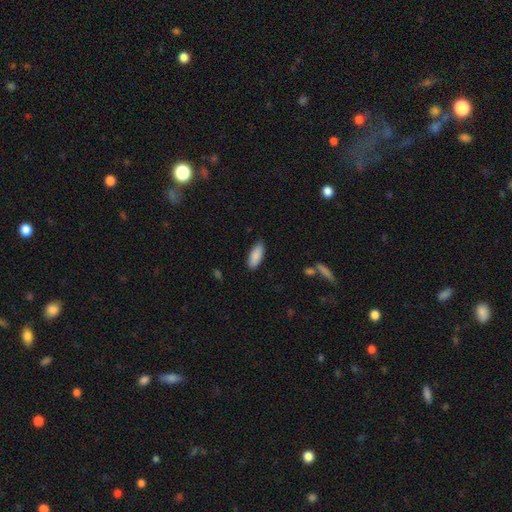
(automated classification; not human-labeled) This is clearly a smooth galaxy (89%). How rounded: likely in between (78%). Merging: clearly none (87%).